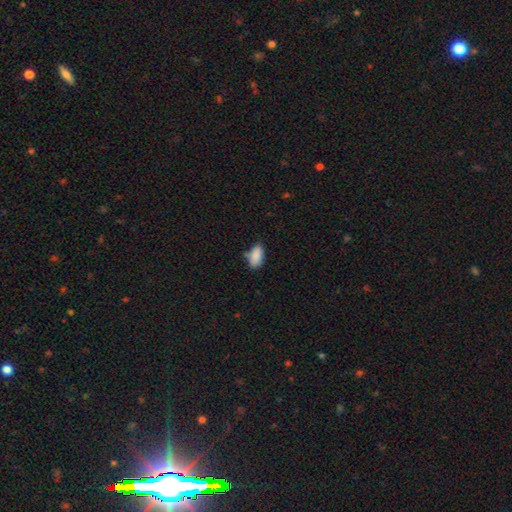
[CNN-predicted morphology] Smooth or featured? smooth (88%)
How rounded? in between (92%)
Merging? none (64%)